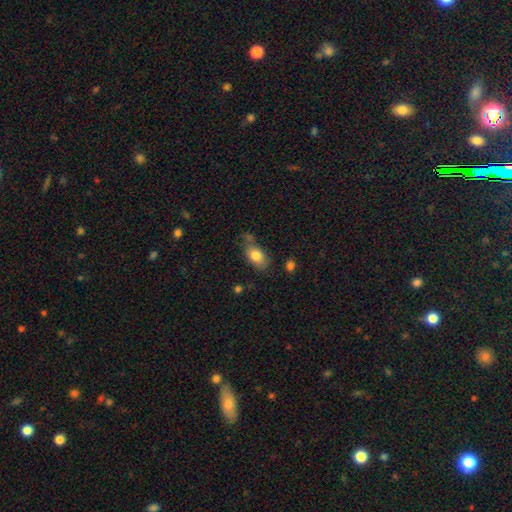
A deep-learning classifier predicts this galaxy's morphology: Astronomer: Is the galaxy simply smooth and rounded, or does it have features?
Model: smooth — 80%.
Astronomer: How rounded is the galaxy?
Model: in between — 86%.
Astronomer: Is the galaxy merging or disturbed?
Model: none — 57%.